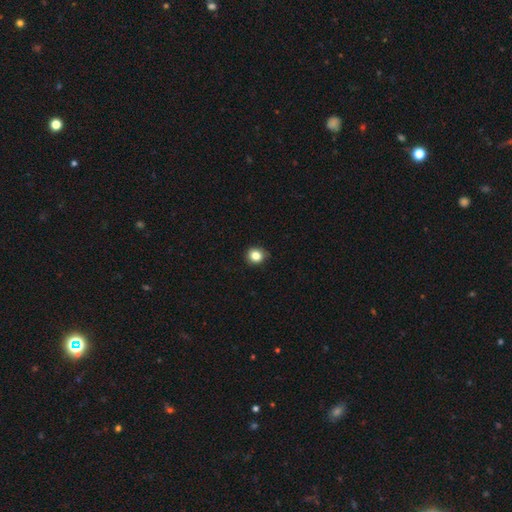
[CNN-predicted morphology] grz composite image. It shows a smooth galaxy with no disk features (83%) that is round (83%). Merging: none (86%).